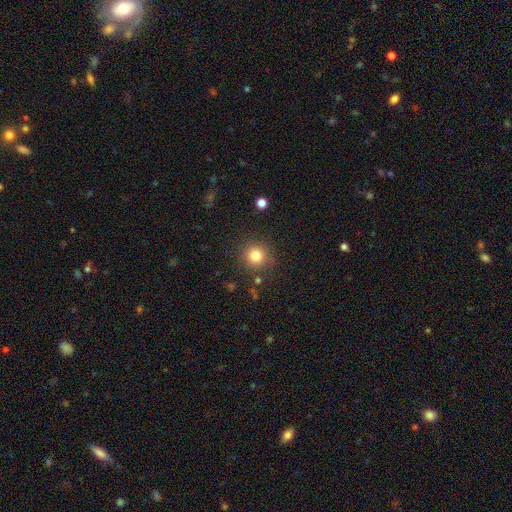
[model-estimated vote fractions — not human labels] Morphology: type=smooth (80%); roundness=round (94%); merging=none (87%).